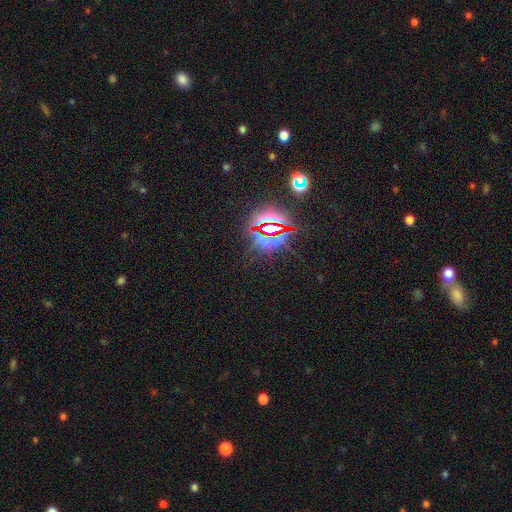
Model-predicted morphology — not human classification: star or artifact 83%, smooth 10%, featured or disk 7%.